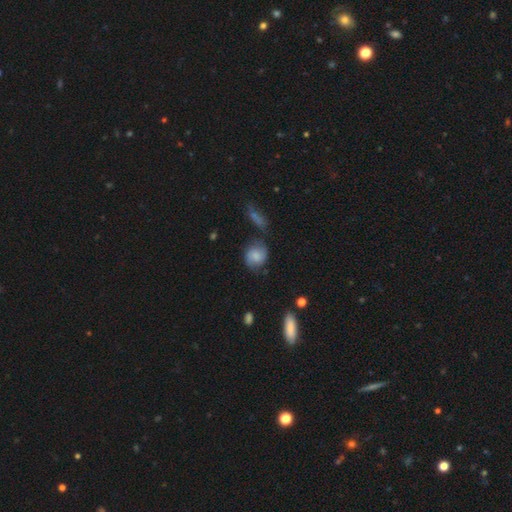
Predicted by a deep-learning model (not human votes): smooth 57%, featured or disk 33%, star or artifact 9%. Down the decision tree: how rounded — round (68%); merging — none (60%).